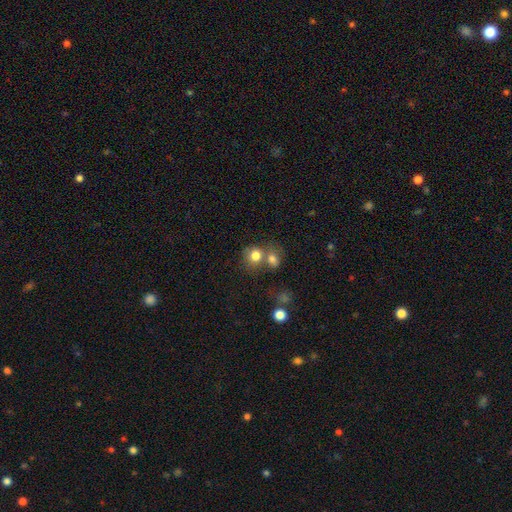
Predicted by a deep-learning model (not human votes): Smooth or featured? Predicted: smooth (p=0.79). How rounded? Predicted: round (p=0.76). Merging? Predicted: none (p=0.43, tied with merger).